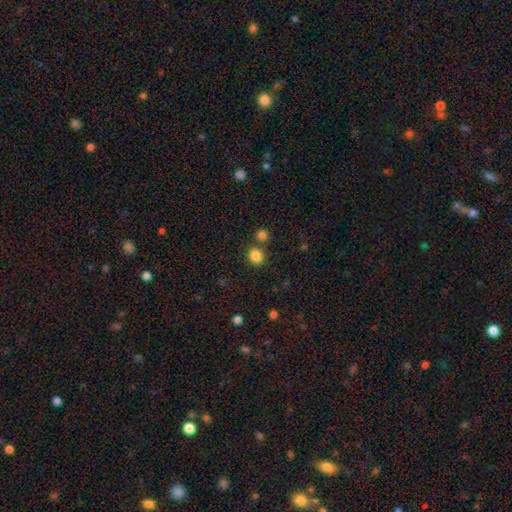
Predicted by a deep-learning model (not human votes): Morphology: type=smooth (84%); roundness=round (76%); merging=none (74%).